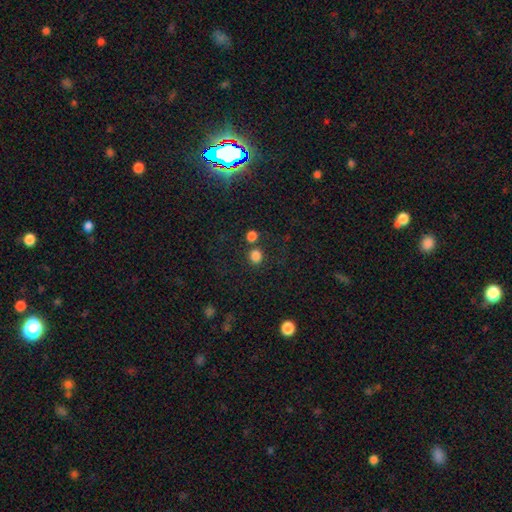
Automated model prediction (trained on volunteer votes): Smooth or featured? smooth (82%)
How rounded? round (81%)
Merging? none (75%)